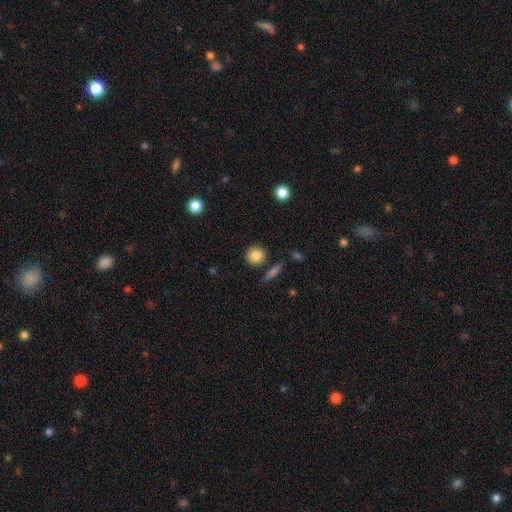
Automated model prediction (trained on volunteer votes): smooth 85%, star or artifact 9%, featured or disk 6%. Down the decision tree: how rounded — round (89%); merging — none (84%).